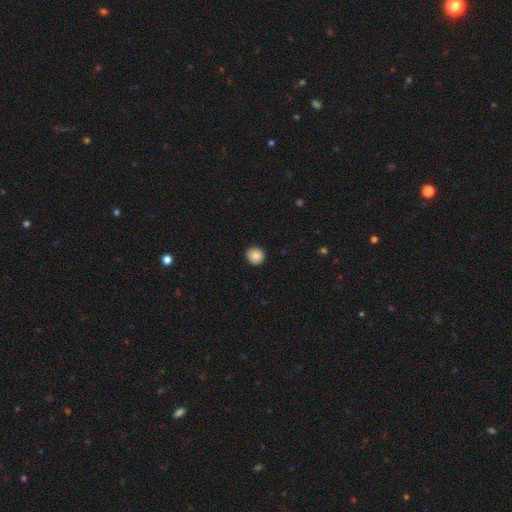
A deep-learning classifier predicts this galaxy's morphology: A smooth galaxy with no disk features (86%) that is round (90%). Merging: none (90%).